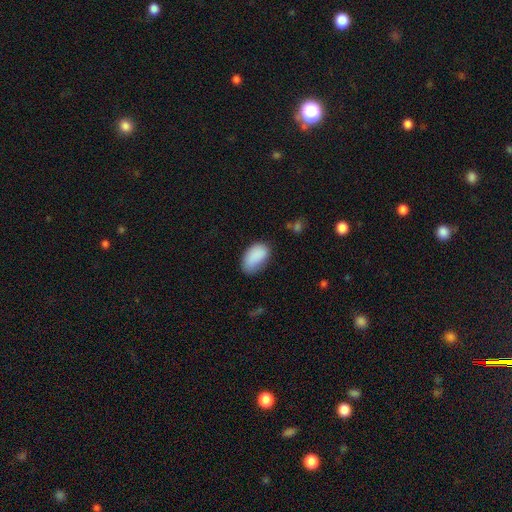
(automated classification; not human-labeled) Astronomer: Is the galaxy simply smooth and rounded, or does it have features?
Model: smooth — 88%.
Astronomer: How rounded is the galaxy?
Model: in between — 93%.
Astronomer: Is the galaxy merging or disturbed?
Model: none — 61%.